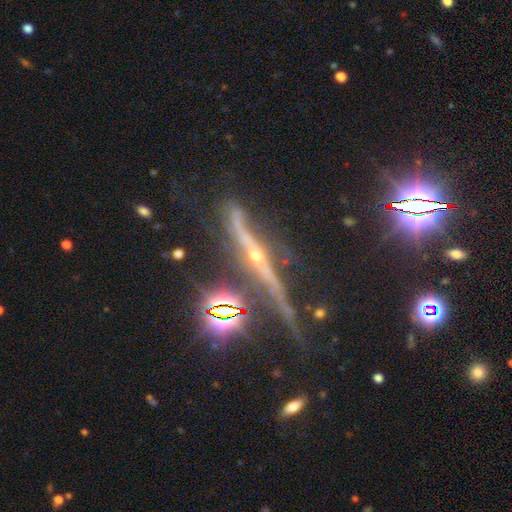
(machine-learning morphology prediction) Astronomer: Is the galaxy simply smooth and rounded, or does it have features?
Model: featured or disk — 78%.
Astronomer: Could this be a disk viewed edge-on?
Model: yes — 94%.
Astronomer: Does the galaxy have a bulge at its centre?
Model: rounded — 80%.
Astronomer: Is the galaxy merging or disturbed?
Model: none — 70%.